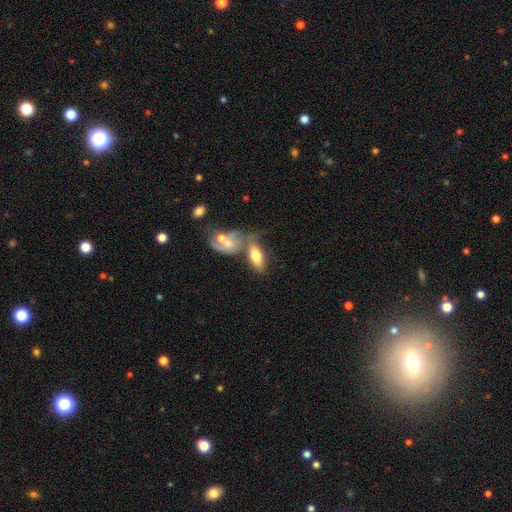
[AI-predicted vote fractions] smooth-or-featured: smooth: 68% | featured or disk: 25% | star or artifact: 7%
  how-rounded: in between: 87% | cigar-shaped: 9% | round: 4%
  merging: merger: 47% | none: 31% | minor disturbance: 13% | major disturbance: 8%